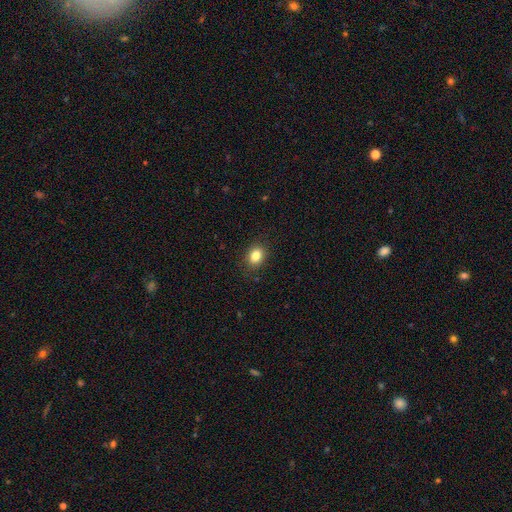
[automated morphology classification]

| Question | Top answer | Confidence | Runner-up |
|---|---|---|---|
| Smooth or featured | smooth | 83% | star or artifact (11%) |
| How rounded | in between | 56% | round (43%) |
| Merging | none | 87% | minor disturbance (9%) |